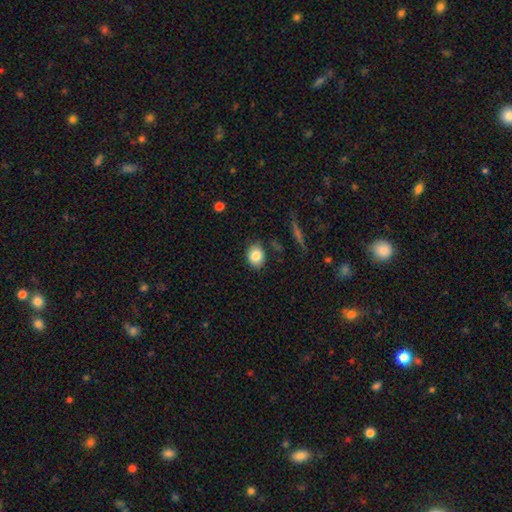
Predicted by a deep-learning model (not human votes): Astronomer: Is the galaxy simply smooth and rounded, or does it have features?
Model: smooth — 82%.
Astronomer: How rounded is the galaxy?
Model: in between — 56% (runner-up: round, 43%).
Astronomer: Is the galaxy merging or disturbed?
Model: none — 81%.